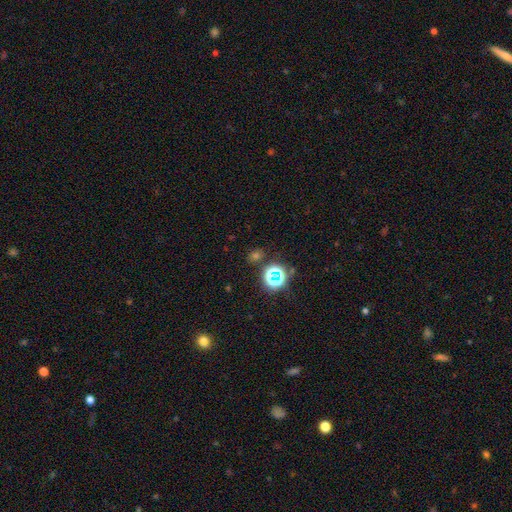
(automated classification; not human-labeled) Morphology: type=star or artifact (47%).